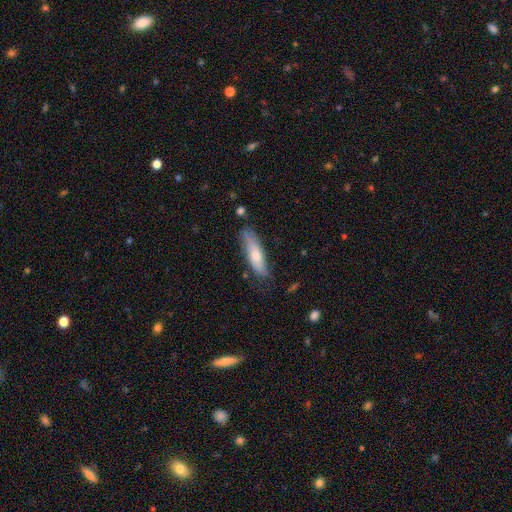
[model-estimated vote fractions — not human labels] Smooth or featured: smooth — 61% (featured or disk — 33%)
How rounded: cigar-shaped — 64% (in between — 34%)
Merging: none — 68% (minor disturbance — 24%)